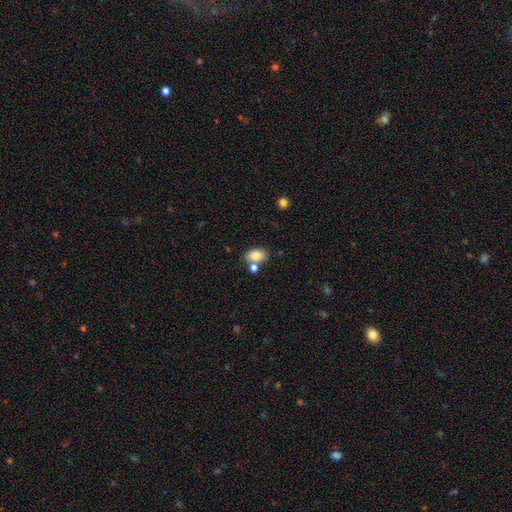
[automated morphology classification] smooth 83%, featured or disk 9%, star or artifact 8%. Down the decision tree: how rounded — in between (83%); merging — none (62%).